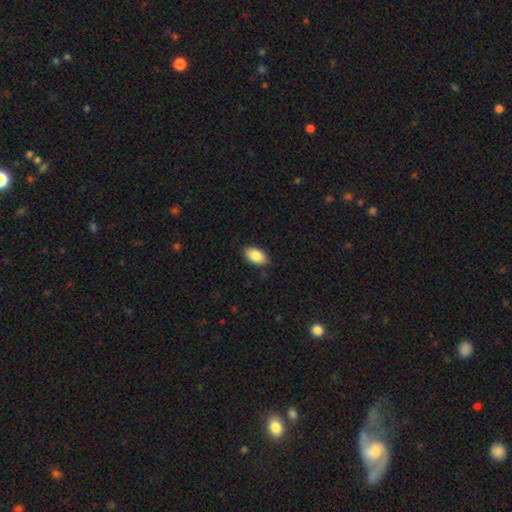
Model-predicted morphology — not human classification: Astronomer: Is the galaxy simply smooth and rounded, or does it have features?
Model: smooth — 87%.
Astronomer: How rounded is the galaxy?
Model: in between — 93%.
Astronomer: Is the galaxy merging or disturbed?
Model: none — 87%.